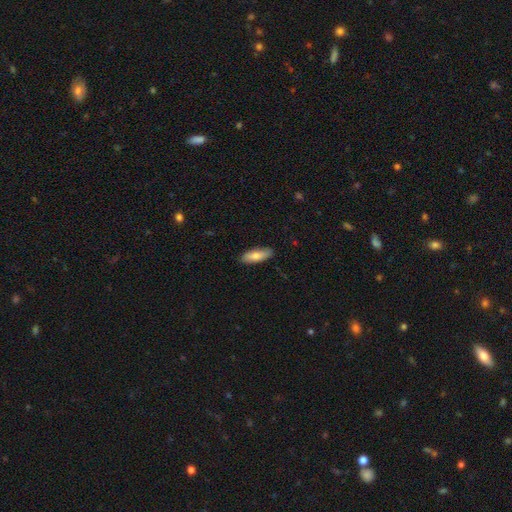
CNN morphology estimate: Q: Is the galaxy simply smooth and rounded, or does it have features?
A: smooth — 74%.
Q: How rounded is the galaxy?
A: in between — 63%.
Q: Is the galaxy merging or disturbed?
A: none — 87%.